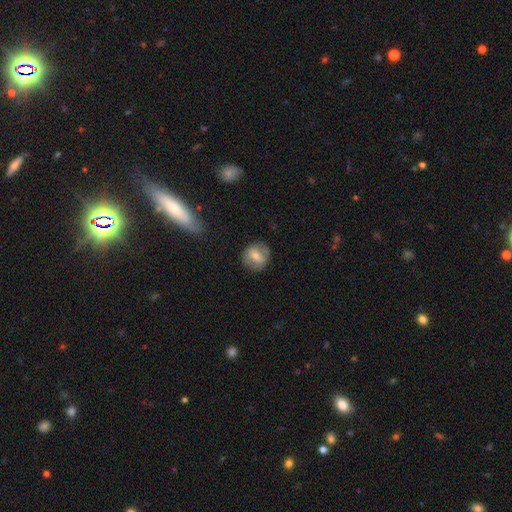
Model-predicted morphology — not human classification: This appears to be a smooth galaxy with no disk features (50%). Merging: none (79%).